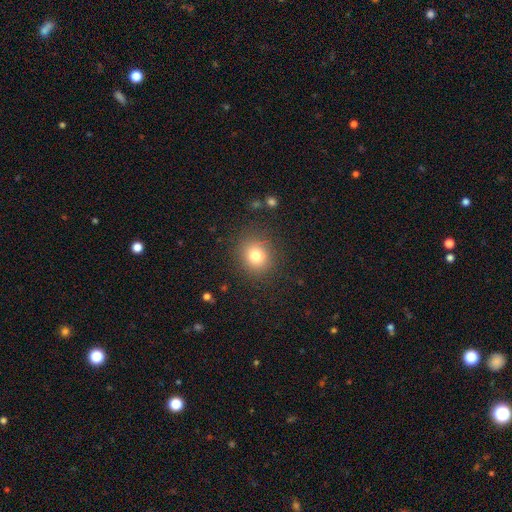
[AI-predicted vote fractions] The model was most divided on "how rounded": round: 79%, in between: 20%, cigar-shaped: 1%. More confident: merging — none (85%); smooth or featured — smooth (78%).